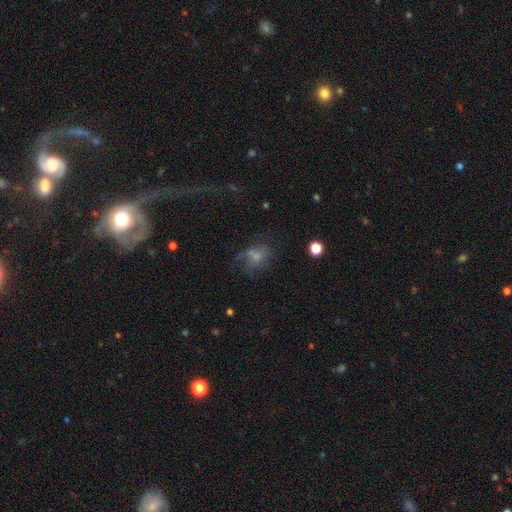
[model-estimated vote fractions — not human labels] Smooth or featured: smooth — 51% (featured or disk — 33%)
How rounded: in between — 58% (round — 40%)
Merging: none — 39% (major disturbance — 31%)